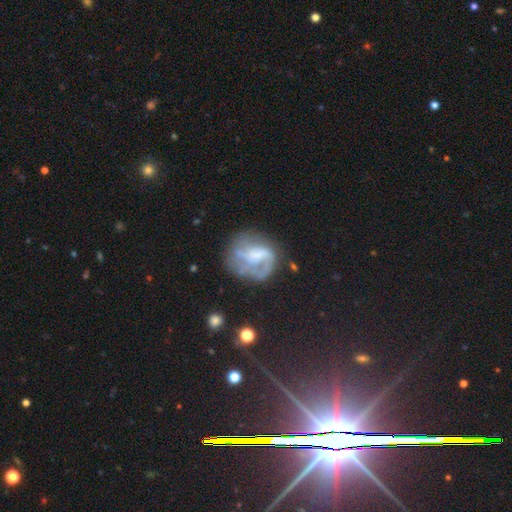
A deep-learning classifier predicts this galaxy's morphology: Smooth or featured: featured or disk — 63% (smooth — 28%)
Edge-on disk: no — 98% (yes — 2%)
Bar: no — 58% (weak — 31%)
Spiral arms: yes — 66% (no — 34%)
Bulge size: none — 40% (moderate — 24%)
Merging: none — 48% (major disturbance — 26%)